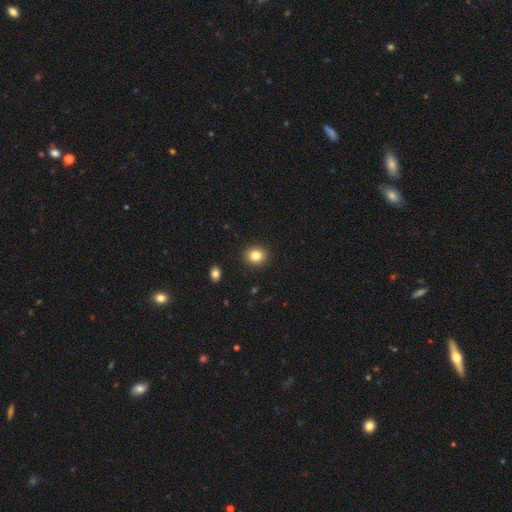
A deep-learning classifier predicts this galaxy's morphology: A smooth galaxy with no disk features (82%) that is round (76%).

Vote fractions:
- Smooth or featured? smooth: 82% / star or artifact: 10% / featured or disk: 7%
- How rounded? round: 76% / in between: 23% / cigar-shaped: 1%
- Merging? none: 91% / minor disturbance: 6% / major disturbance: 2% / merger: 1%